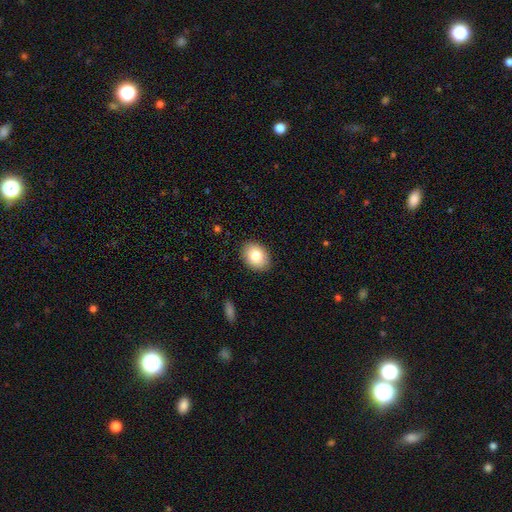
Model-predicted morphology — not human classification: smooth_or_featured: smooth (p=0.82) [alt: featured or disk p=0.11]
how_rounded: in between (p=0.68) [alt: round p=0.31]
merging: none (p=0.89) [alt: minor disturbance p=0.08]